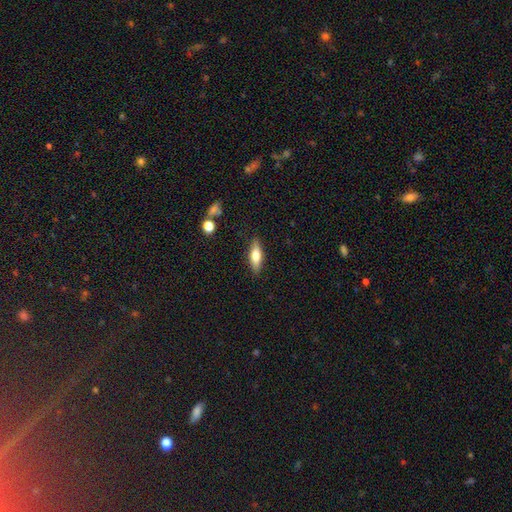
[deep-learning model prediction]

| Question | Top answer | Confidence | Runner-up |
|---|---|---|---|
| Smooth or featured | smooth | 56% | featured or disk (37%) |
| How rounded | in between | 49% | cigar-shaped (48%) |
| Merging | none | 87% | minor disturbance (10%) |